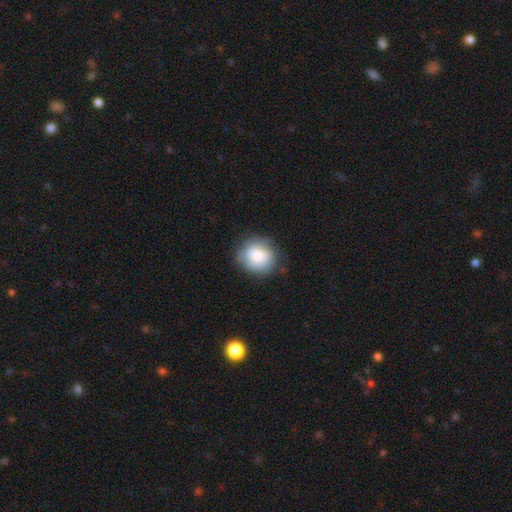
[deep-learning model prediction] A smooth galaxy with no disk features (78%) that is round (81%).

Vote fractions:
- Smooth or featured? smooth: 78% / featured or disk: 14% / star or artifact: 8%
- How rounded? round: 81% / in between: 18% / cigar-shaped: 1%
- Merging? none: 72% / minor disturbance: 21% / major disturbance: 6% / merger: 2%